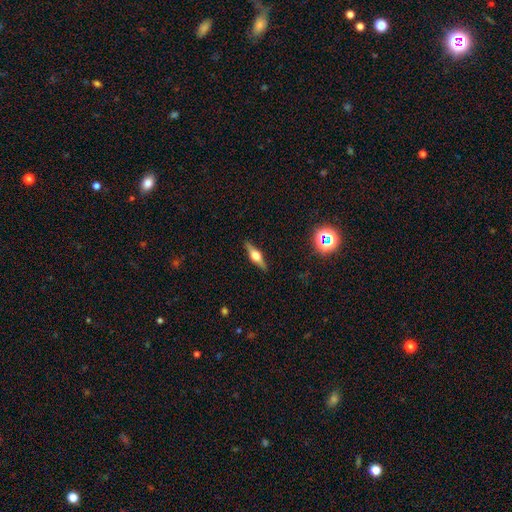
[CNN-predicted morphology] Smooth or featured? Predicted: featured or disk (p=0.68). Edge-on disk? Predicted: yes (p=0.96). Edge-on bulge? Predicted: rounded (p=0.93). Merging? Predicted: none (p=0.89).